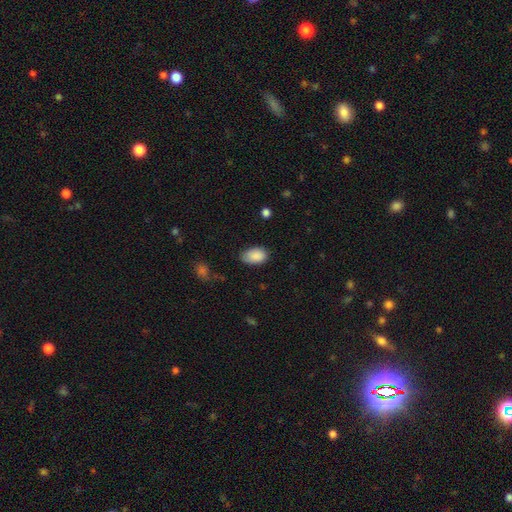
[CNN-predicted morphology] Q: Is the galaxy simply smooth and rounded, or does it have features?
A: smooth — 89%.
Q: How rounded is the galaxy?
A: in between — 91%.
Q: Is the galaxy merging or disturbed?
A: none — 74%.